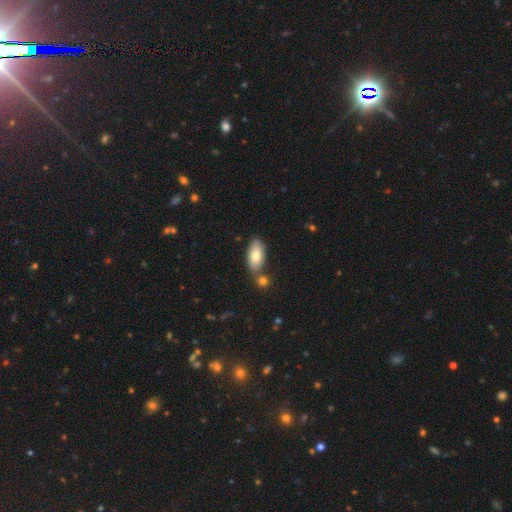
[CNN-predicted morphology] The model was most divided on "merging": none: 67%, merger: 18%, minor disturbance: 12%, major disturbance: 3%. More confident: how rounded — in between (91%); smooth or featured — smooth (79%).